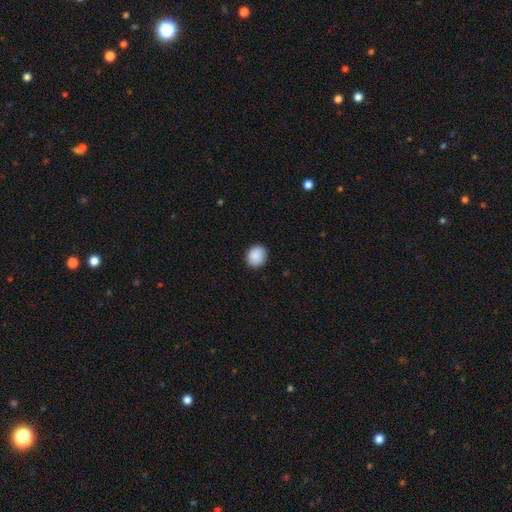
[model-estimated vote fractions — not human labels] Overall: smooth (90%). How rounded: round (73%). Merging: none (90%).